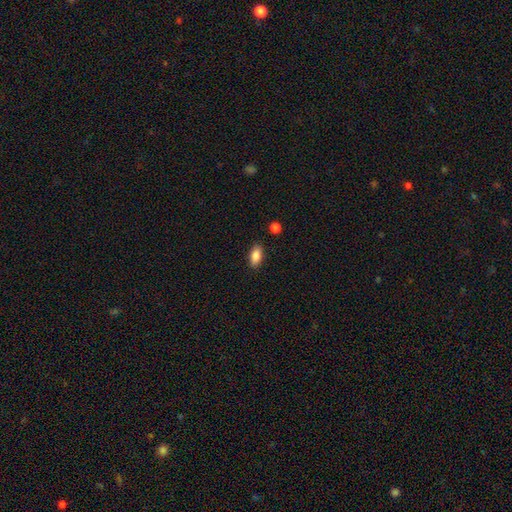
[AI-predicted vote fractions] smooth 86%, star or artifact 8%, featured or disk 7%. Down the decision tree: how rounded — in between (88%); merging — none (87%).